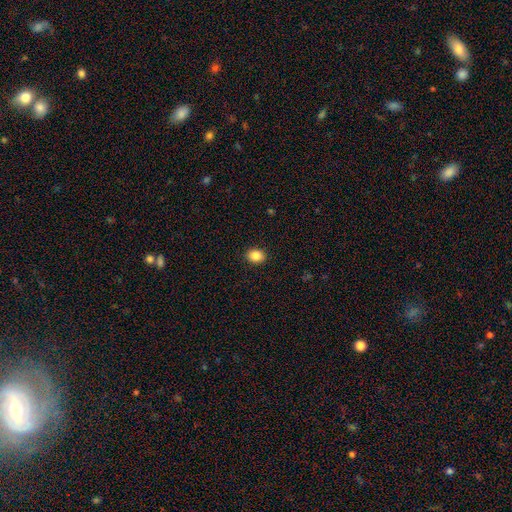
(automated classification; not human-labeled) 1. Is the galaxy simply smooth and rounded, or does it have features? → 86% smooth, 9% star or artifact, 5% featured or disk.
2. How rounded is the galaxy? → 51% in between, 49% round, 1% cigar-shaped.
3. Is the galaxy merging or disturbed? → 91% none, 6% minor disturbance, 2% major disturbance, 1% merger.